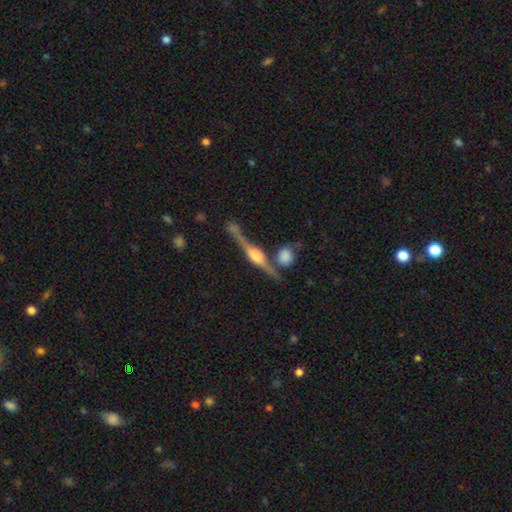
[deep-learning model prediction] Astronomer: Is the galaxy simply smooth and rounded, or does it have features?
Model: featured or disk — 86%.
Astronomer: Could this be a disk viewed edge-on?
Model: yes — 97%.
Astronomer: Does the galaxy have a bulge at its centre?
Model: rounded — 86%.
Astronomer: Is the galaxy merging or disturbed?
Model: none — 78%.